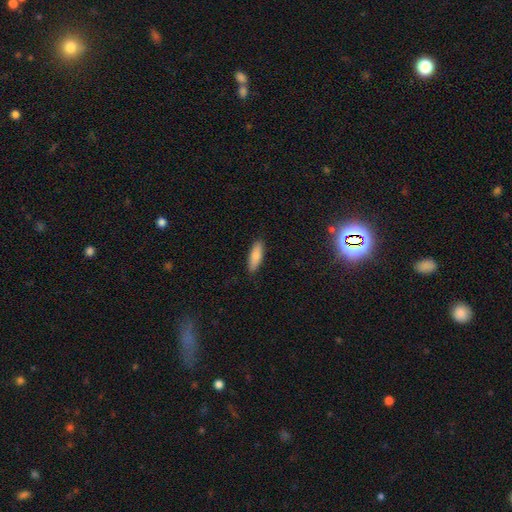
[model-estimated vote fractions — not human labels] Smooth or featured? Predicted: smooth (p=0.83). How rounded? Predicted: in between (p=0.50). Merging? Predicted: none (p=0.88).